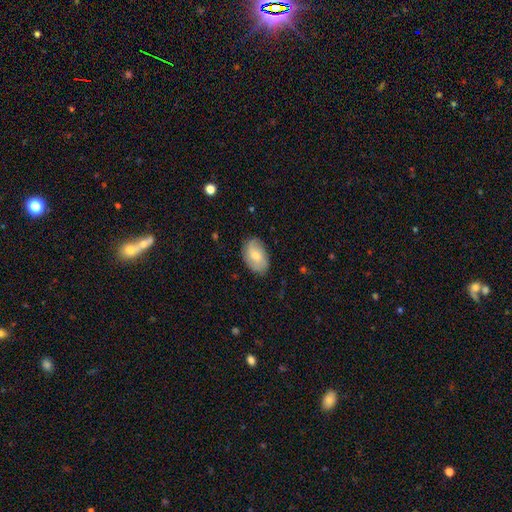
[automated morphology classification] This is likely a smooth galaxy (65%). How rounded: clearly in between (91%). Merging: clearly none (80%).